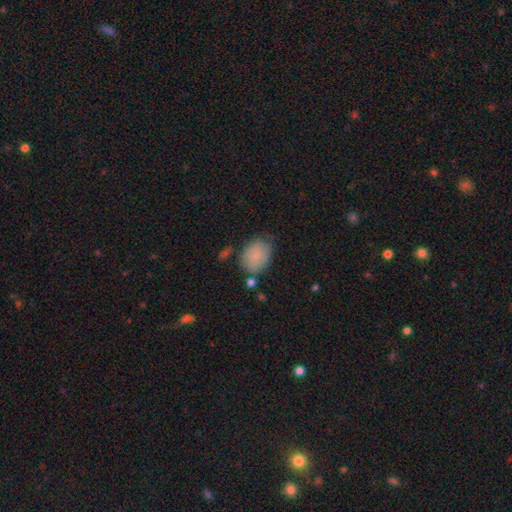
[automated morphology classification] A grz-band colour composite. It shows a smooth galaxy with no disk features (82%) that is in between round and cigar-shaped (74%). Merging: none (62%).